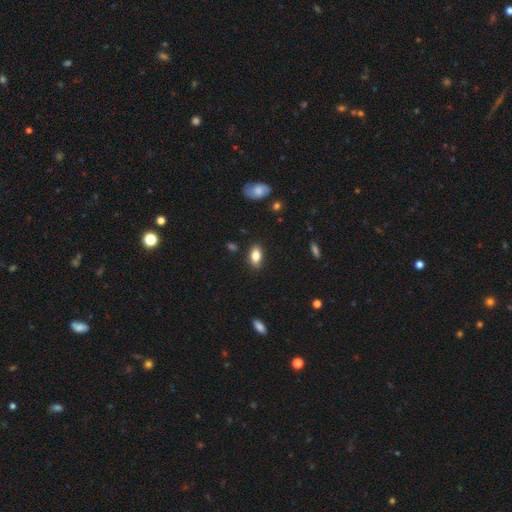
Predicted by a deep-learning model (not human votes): Smooth or featured?
  - smooth: 80% *
  - featured or disk: 12%
  - star or artifact: 8%
How rounded?
  - in between: 88% *
  - round: 7%
  - cigar-shaped: 6%
Merging?
  - none: 83% *
  - minor disturbance: 13%
  - major disturbance: 3%
  - merger: 2%